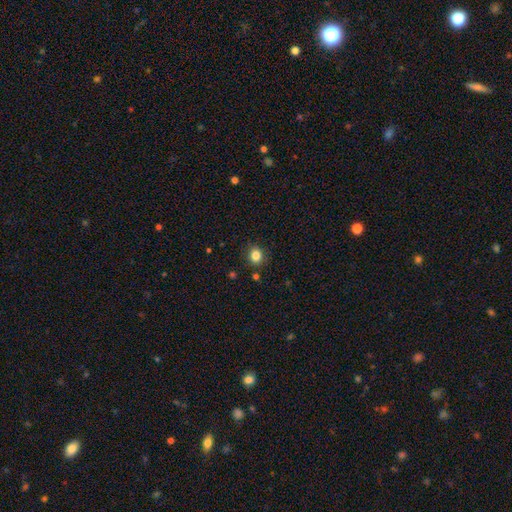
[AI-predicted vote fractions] smooth 84%, star or artifact 11%, featured or disk 5%. Down the decision tree: how rounded — round (69%); merging — none (86%).